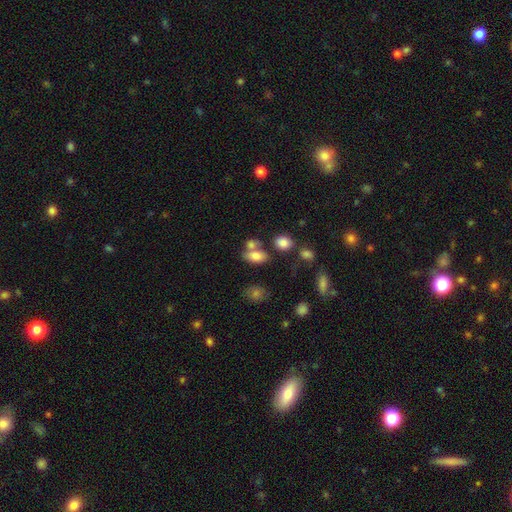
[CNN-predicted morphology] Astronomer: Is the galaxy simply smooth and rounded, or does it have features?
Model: smooth — 76%.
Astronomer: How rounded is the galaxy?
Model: in between — 84%.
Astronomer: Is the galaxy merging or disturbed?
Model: none — 46% (runner-up: merger, 35%).